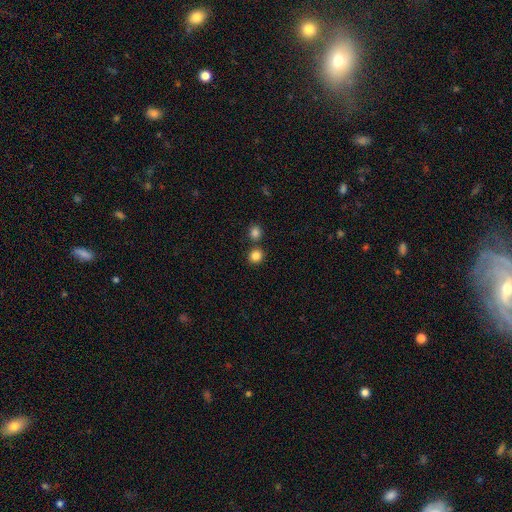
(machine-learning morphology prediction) Smooth or featured: smooth — 84% (star or artifact — 12%)
How rounded: round — 88% (in between — 11%)
Merging: none — 76% (merger — 15%)